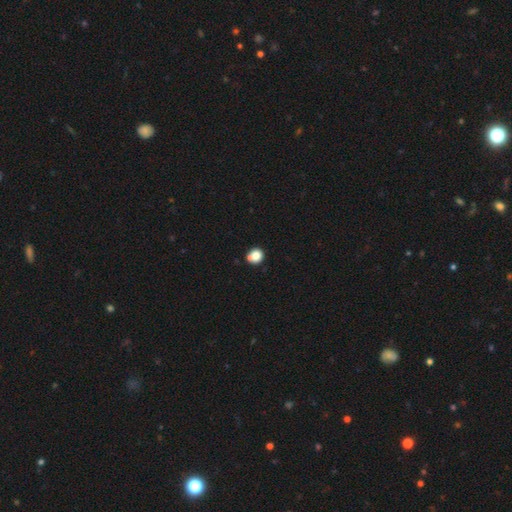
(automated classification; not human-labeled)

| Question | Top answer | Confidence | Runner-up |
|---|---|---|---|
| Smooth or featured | smooth | 81% | star or artifact (11%) |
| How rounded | round | 83% | in between (16%) |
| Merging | none | 66% | merger (15%) |